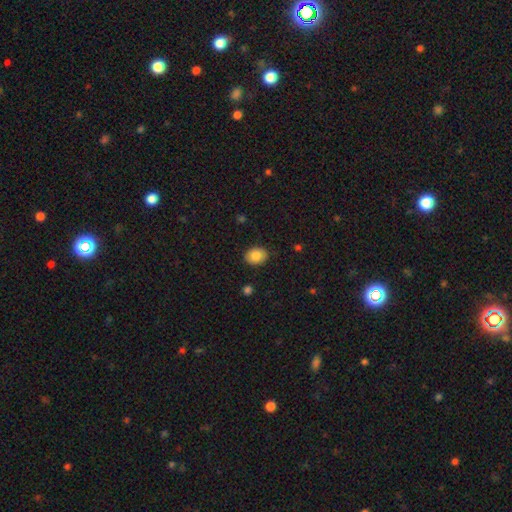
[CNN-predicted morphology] The model was most divided on "how rounded": in between: 58%, round: 42%, cigar-shaped: 1%. More confident: merging — none (88%); smooth or featured — smooth (84%).